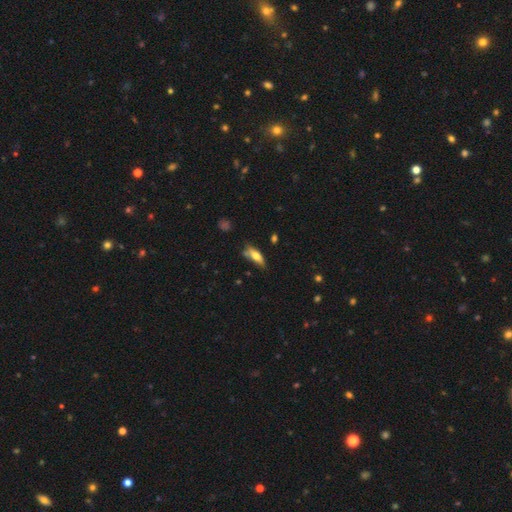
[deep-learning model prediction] The model was most divided on "merging": none: 52%, minor disturbance: 31%, major disturbance: 10%, merger: 7%. More confident: smooth or featured — smooth (66%); how rounded — in between (61%).